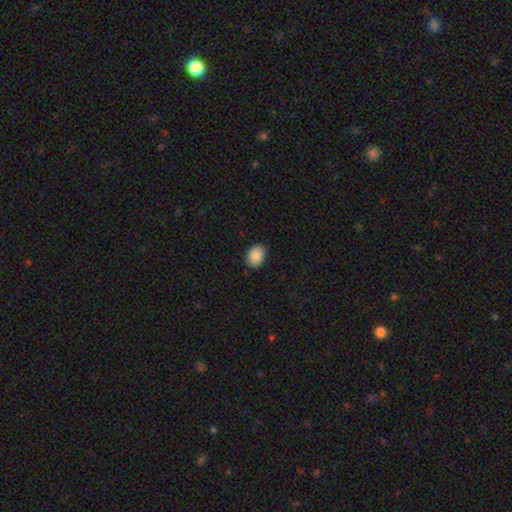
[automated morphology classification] This appears to be a smooth galaxy with no disk features (90%) that is in between round and cigar-shaped (78%). Merging: none (86%).